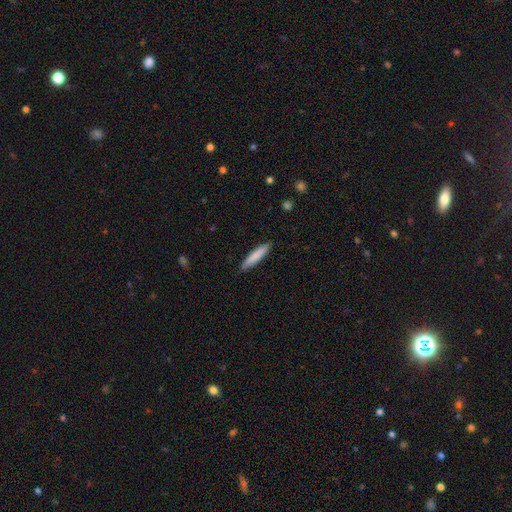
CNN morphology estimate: smooth-or-featured: smooth: 81% | featured or disk: 13% | star or artifact: 5%
  how-rounded: cigar-shaped: 88% | in between: 11% | round: 1%
  merging: none: 87% | minor disturbance: 10% | major disturbance: 2% | merger: 1%